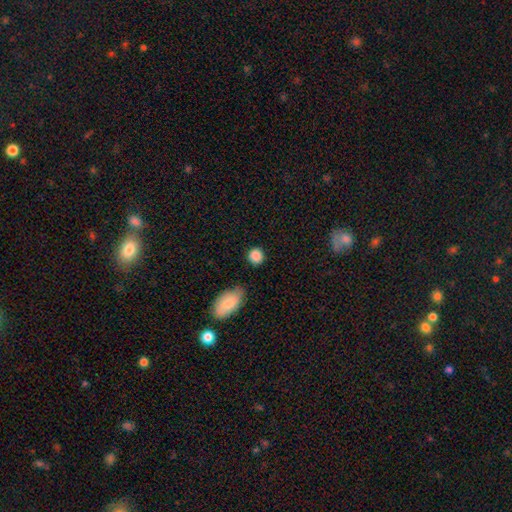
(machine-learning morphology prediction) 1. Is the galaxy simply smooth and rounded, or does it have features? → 88% smooth, 9% star or artifact, 4% featured or disk.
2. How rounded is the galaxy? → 85% round, 13% in between, 1% cigar-shaped.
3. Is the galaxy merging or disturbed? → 83% none, 10% minor disturbance, 4% merger, 3% major disturbance.